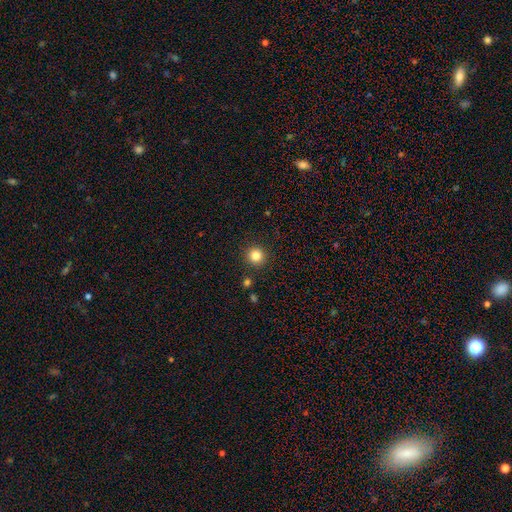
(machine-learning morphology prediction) The model was most divided on "smooth or featured": smooth: 83%, star or artifact: 12%, featured or disk: 5%. More confident: how rounded — round (94%); merging — none (91%).